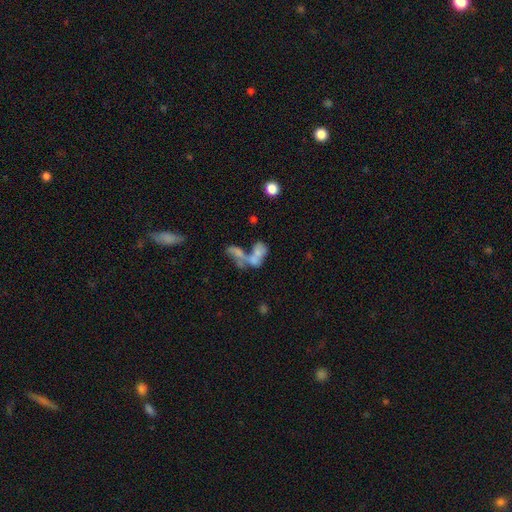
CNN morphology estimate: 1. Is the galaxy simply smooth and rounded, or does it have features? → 54% smooth, 32% featured or disk, 14% star or artifact.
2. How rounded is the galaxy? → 79% in between, 13% round, 8% cigar-shaped.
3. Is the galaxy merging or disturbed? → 69% merger, 15% none, 10% major disturbance, 6% minor disturbance.